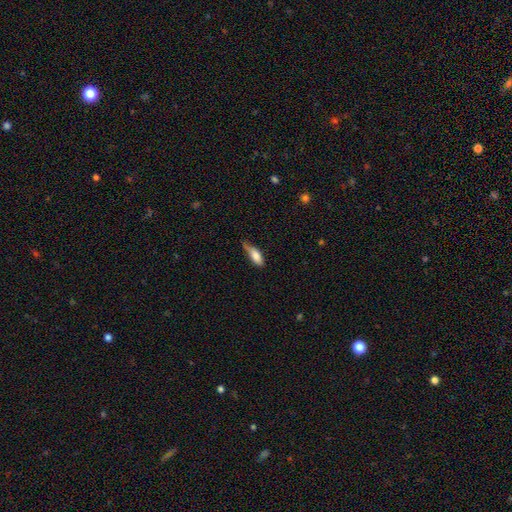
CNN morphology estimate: smooth 77%, featured or disk 16%, star or artifact 7%. Down the decision tree: how rounded — in between (69%); merging — minor disturbance (46%).